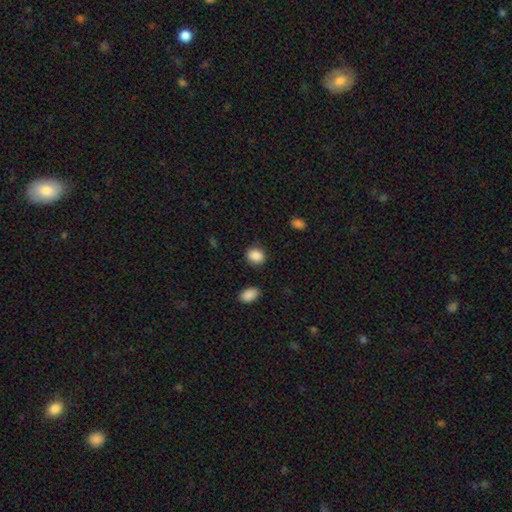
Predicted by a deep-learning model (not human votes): This is clearly a smooth galaxy (88%). How rounded: possibly round (56%). Merging: clearly none (86%).